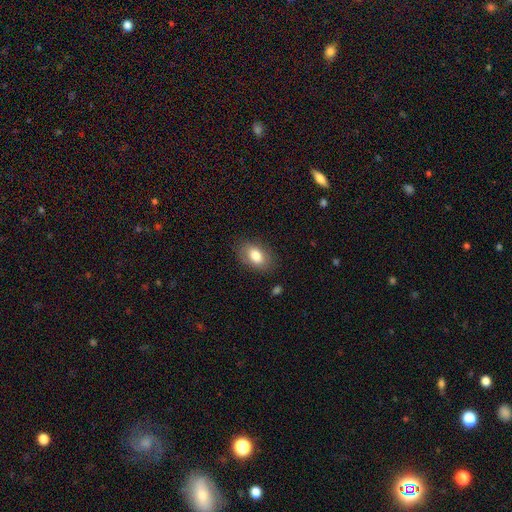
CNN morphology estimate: The model was most divided on "smooth or featured": smooth: 81%, featured or disk: 12%, star or artifact: 8%. More confident: how rounded — in between (88%); merging — none (82%).